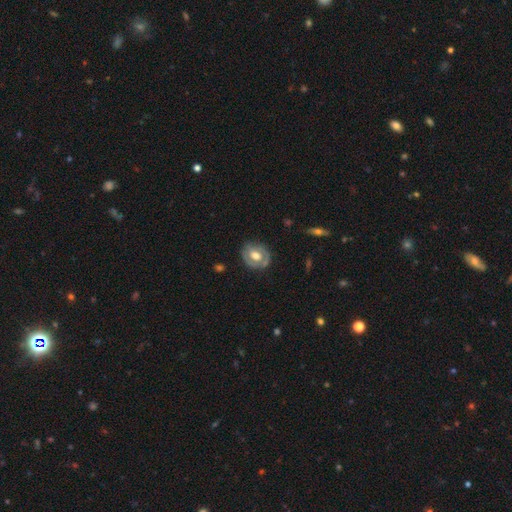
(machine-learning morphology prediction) Smooth or featured? featured or disk (63%)
Edge-on disk? no (96%)
Bar? no (55%)
Spiral arms? yes (59%)
Bulge size? moderate (55%)
Merging? none (76%)